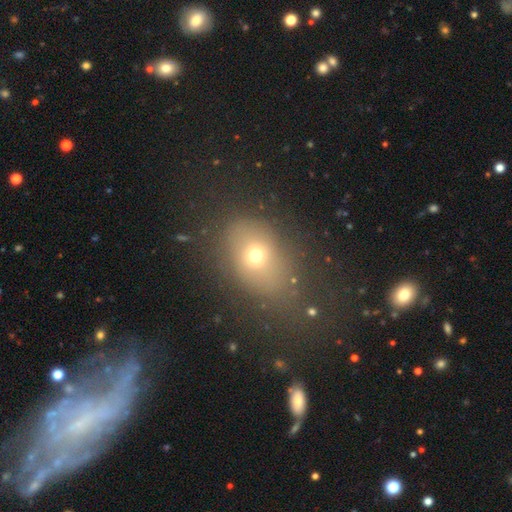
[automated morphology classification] smooth_or_featured: smooth (p=0.64) [alt: star or artifact p=0.19]
how_rounded: in between (p=0.58) [alt: round p=0.40]
merging: none (p=0.58) [alt: minor disturbance p=0.21]